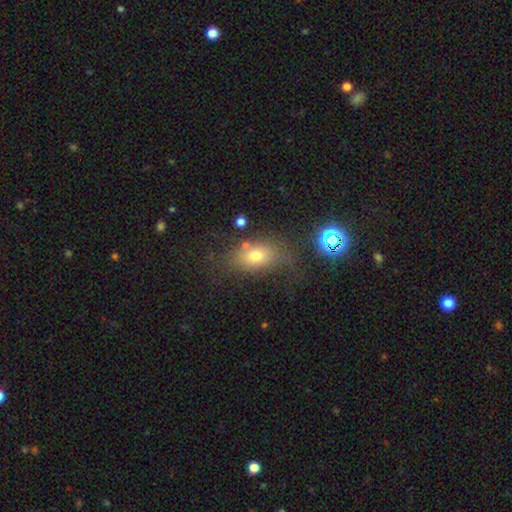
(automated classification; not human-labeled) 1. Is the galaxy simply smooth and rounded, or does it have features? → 66% smooth, 18% star or artifact, 17% featured or disk.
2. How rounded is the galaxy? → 76% in between, 20% round, 4% cigar-shaped.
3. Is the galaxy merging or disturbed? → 59% none, 21% minor disturbance, 13% major disturbance, 7% merger.